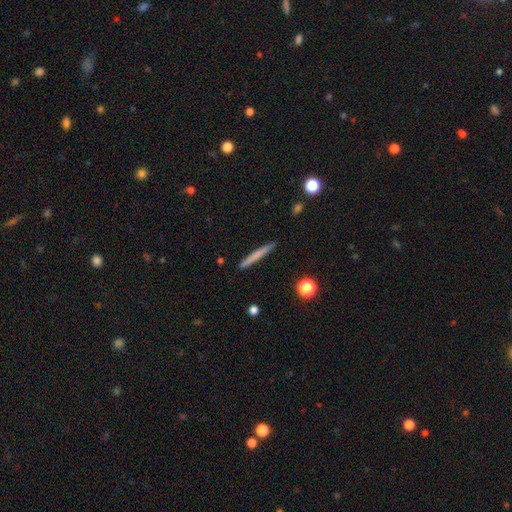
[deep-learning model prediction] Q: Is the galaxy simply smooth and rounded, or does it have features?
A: smooth — 66%.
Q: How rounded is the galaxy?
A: cigar-shaped — 96%.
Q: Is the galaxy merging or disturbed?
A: none — 91%.